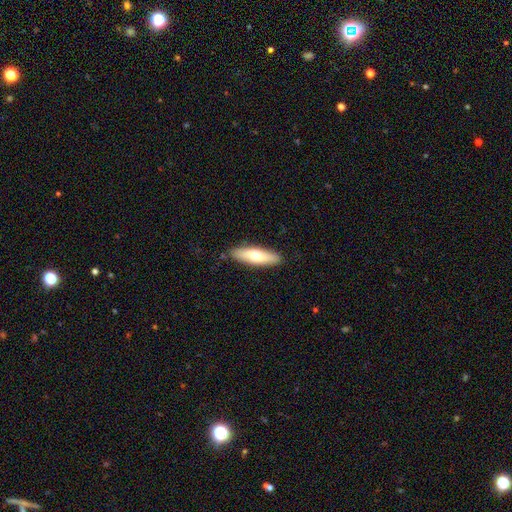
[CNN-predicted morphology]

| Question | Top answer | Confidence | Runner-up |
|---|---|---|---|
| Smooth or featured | smooth | 65% | featured or disk (30%) |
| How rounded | cigar-shaped | 58% | in between (40%) |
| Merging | none | 88% | minor disturbance (9%) |